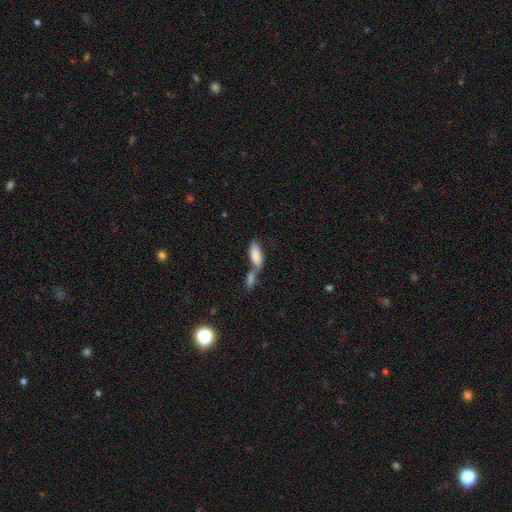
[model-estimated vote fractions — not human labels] The model was most divided on "merging": merger: 61%, none: 26%, minor disturbance: 9%, major disturbance: 5%. More confident: how rounded — in between (81%); smooth or featured — smooth (80%).